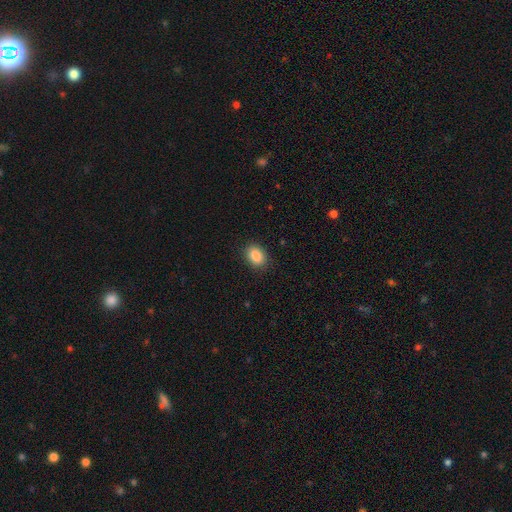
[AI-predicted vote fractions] Smooth or featured? Predicted: smooth (p=0.88). How rounded? Predicted: in between (p=0.76). Merging? Predicted: none (p=0.88).